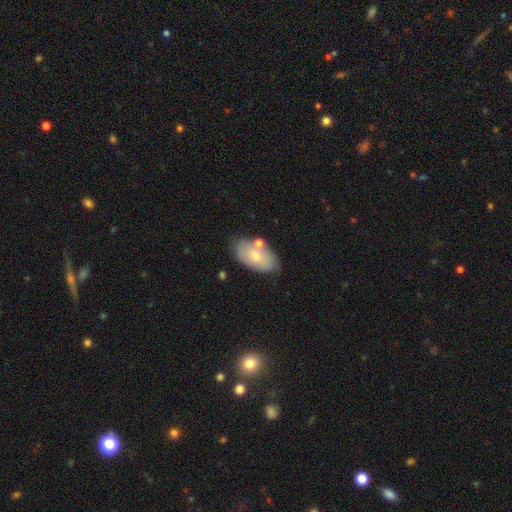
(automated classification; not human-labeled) smooth-or-featured: smooth: 68% | featured or disk: 26% | star or artifact: 6%
  how-rounded: in between: 94% | round: 4% | cigar-shaped: 2%
  merging: none: 67% | minor disturbance: 18% | merger: 11% | major disturbance: 4%